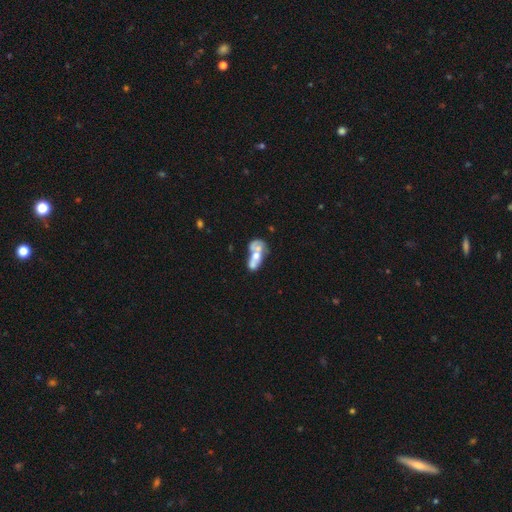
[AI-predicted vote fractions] Morphology: type=featured or disk (51%); edge-on=no (95%); merging=merger (66%).